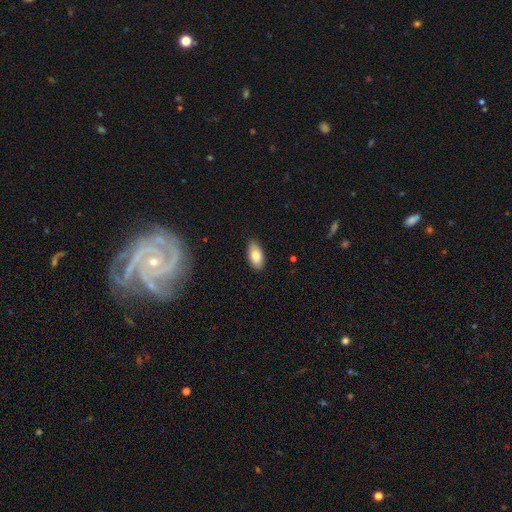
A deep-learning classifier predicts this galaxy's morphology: Overall: smooth (81%). How rounded: in between (92%). Merging: none (88%).